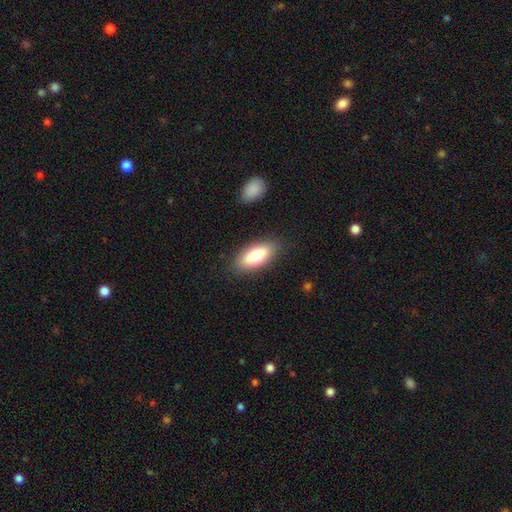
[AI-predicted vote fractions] A smooth galaxy with no disk features (79%) that is in between round and cigar-shaped (82%).

Vote fractions:
- Smooth or featured? smooth: 79% / featured or disk: 14% / star or artifact: 6%
- How rounded? in between: 82% / cigar-shaped: 16% / round: 2%
- Merging? none: 86% / minor disturbance: 10% / major disturbance: 3% / merger: 2%